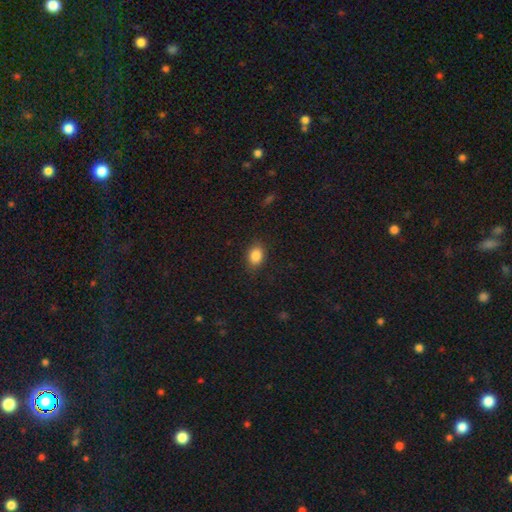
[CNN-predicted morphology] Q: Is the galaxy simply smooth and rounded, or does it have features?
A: smooth — 86%.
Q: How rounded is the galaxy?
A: in between — 70%.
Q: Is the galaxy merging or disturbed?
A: none — 84%.